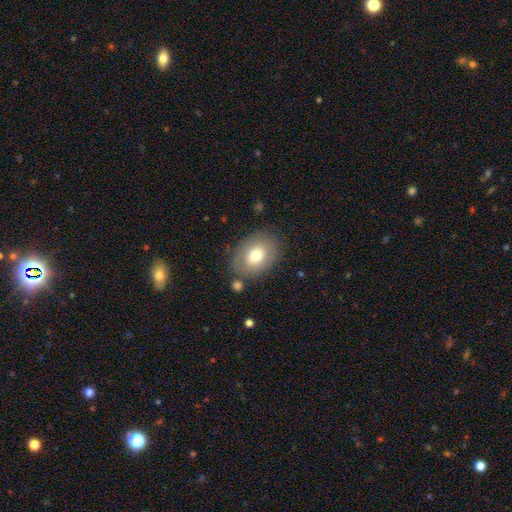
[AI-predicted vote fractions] This is likely a smooth galaxy (72%). How rounded: likely in between (74%). Merging: likely none (78%).